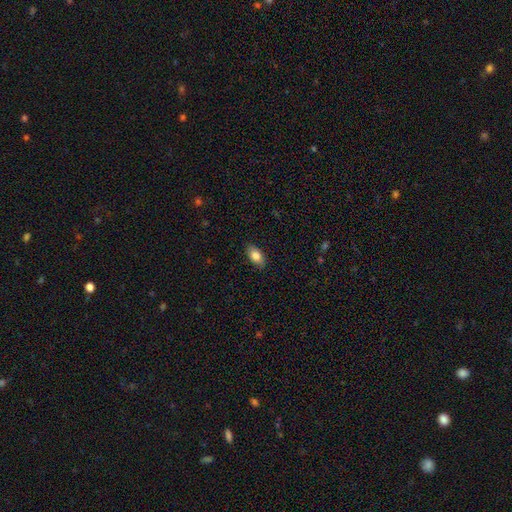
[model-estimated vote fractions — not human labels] A smooth galaxy with no disk features (83%) that is in between round and cigar-shaped (91%).

Vote fractions:
- Smooth or featured? smooth: 83% / featured or disk: 10% / star or artifact: 7%
- How rounded? in between: 91% / round: 5% / cigar-shaped: 4%
- Merging? none: 88% / minor disturbance: 9% / major disturbance: 2% / merger: 1%